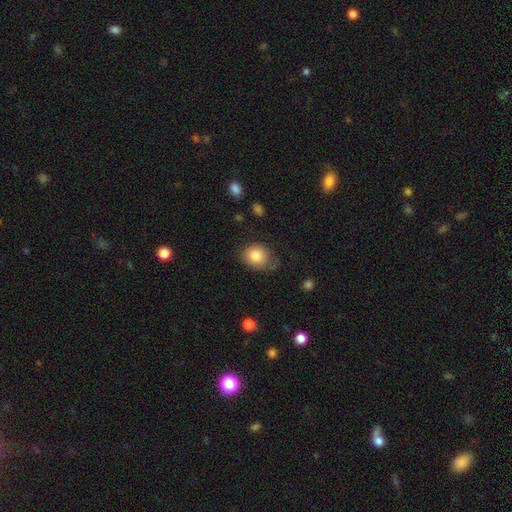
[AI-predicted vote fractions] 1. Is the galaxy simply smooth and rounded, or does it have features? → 81% smooth, 10% featured or disk, 9% star or artifact.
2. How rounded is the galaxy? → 63% round, 36% in between, 1% cigar-shaped.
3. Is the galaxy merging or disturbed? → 63% none, 26% minor disturbance, 9% major disturbance, 2% merger.